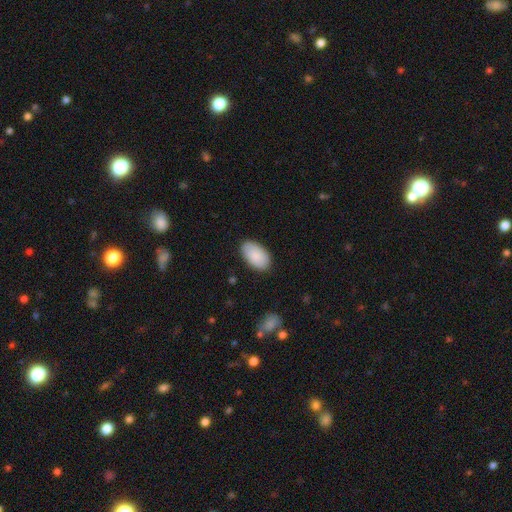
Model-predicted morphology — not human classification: A smooth galaxy with no disk features (88%) that is in between round and cigar-shaped (95%). Merging: none (84%).